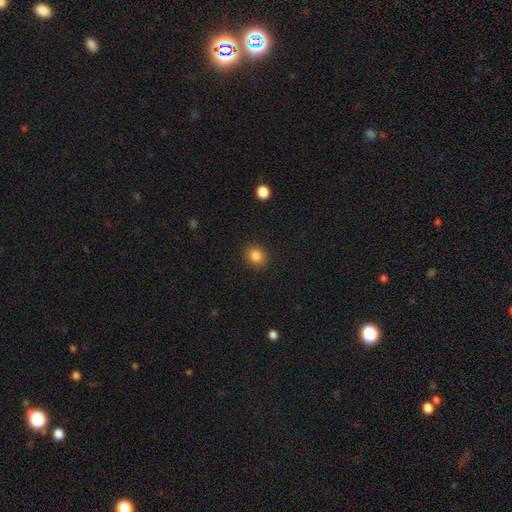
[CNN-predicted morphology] smooth-or-featured: smooth: 85% | star or artifact: 10% | featured or disk: 5%
  how-rounded: round: 63% | in between: 36% | cigar-shaped: 1%
  merging: none: 90% | minor disturbance: 7% | major disturbance: 2% | merger: 1%